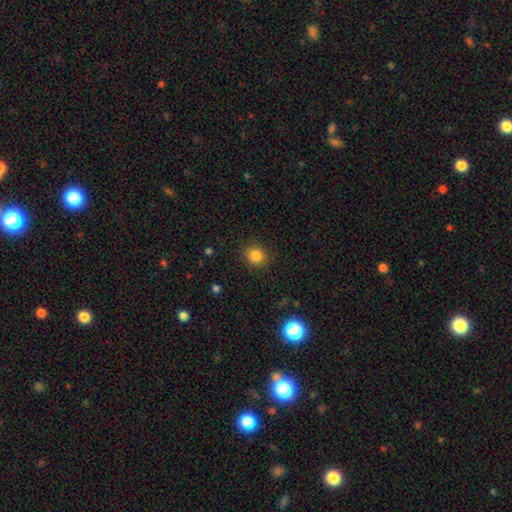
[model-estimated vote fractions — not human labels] Morphology: type=smooth (83%); roundness=round (76%); merging=none (89%).